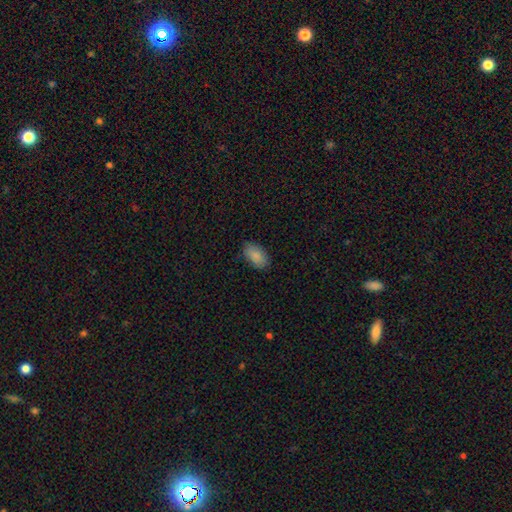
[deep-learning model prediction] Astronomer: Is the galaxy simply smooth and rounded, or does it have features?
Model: smooth — 88%.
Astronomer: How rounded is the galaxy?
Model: in between — 94%.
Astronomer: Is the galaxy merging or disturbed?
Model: none — 84%.